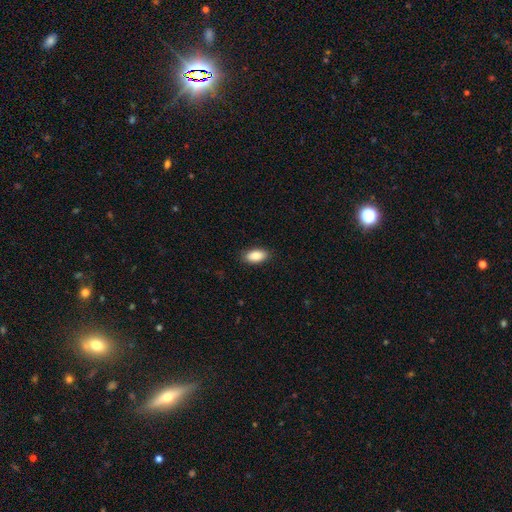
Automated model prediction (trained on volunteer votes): A smooth galaxy with no disk features (88%) that is in between round and cigar-shaped (93%).

Vote fractions:
- Smooth or featured? smooth: 88% / star or artifact: 7% / featured or disk: 5%
- How rounded? in between: 93% / cigar-shaped: 4% / round: 3%
- Merging? none: 88% / minor disturbance: 9% / major disturbance: 2% / merger: 1%